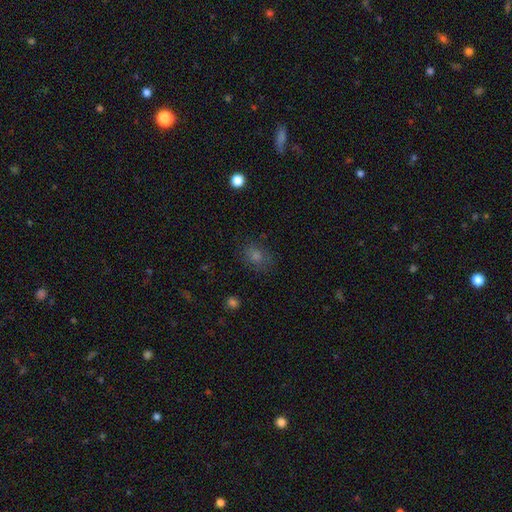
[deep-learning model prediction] Overall: smooth (62%; star or artifact 26%). How rounded: round (50%; in between 49%). Merging: none (81%).